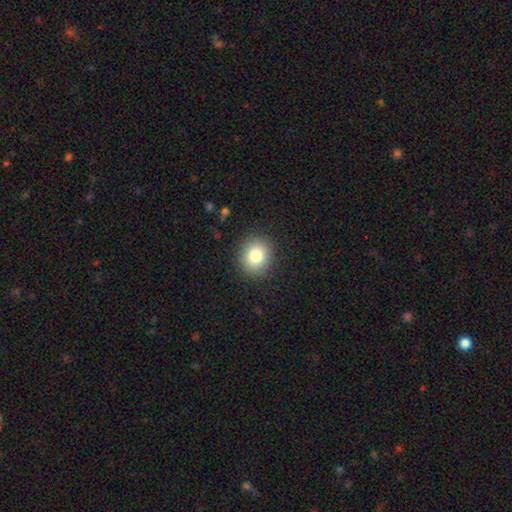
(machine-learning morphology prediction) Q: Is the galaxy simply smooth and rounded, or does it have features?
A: smooth — 82%.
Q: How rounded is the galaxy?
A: round — 77%.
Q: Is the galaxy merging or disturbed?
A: none — 89%.